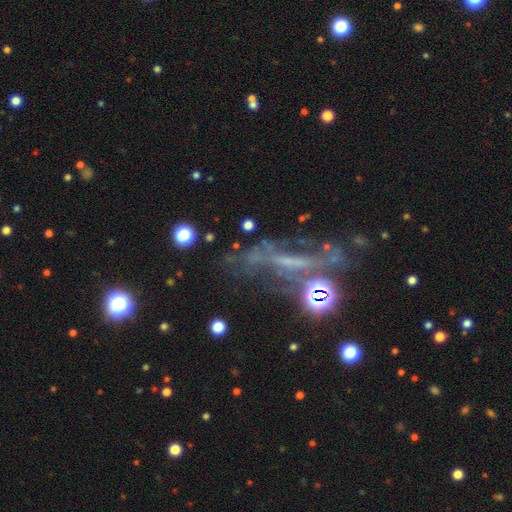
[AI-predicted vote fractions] Smooth or featured: featured or disk — 50% (star or artifact — 31%)
Merging: none — 43% (major disturbance — 28%)